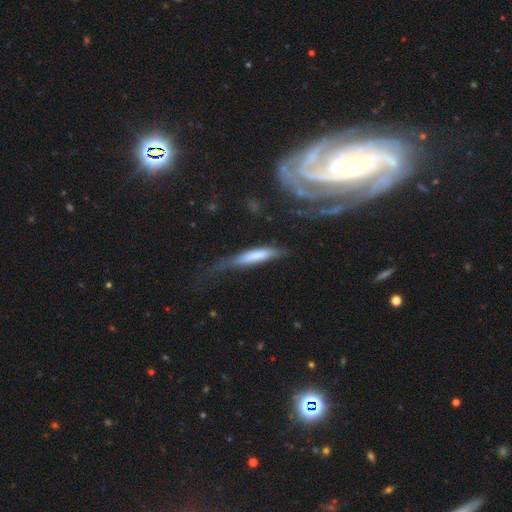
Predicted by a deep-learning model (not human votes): smooth-or-featured: smooth: 62% | featured or disk: 32% | star or artifact: 6%
  how-rounded: cigar-shaped: 87% | in between: 11% | round: 2%
  merging: none: 47% | minor disturbance: 29% | major disturbance: 19% | merger: 5%